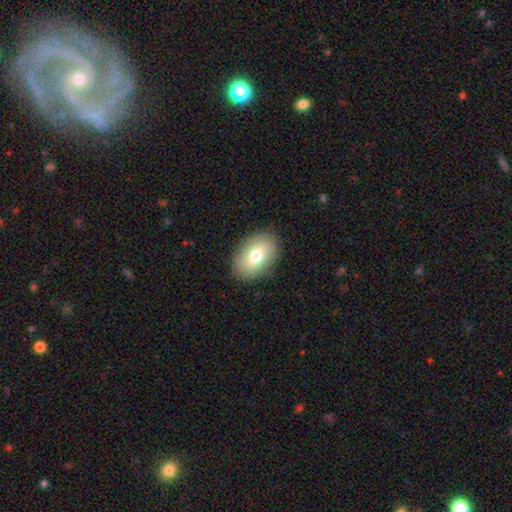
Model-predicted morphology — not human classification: smooth-or-featured: smooth: 75% | featured or disk: 17% | star or artifact: 8%
  how-rounded: in between: 87% | round: 11% | cigar-shaped: 1%
  merging: none: 88% | minor disturbance: 9% | major disturbance: 3% | merger: 1%